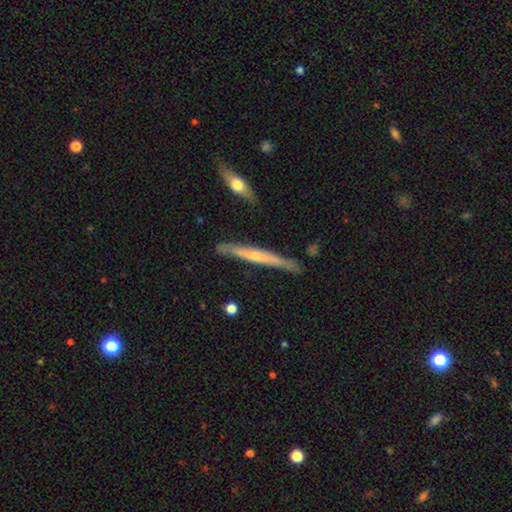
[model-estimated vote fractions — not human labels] A featured or disk galaxy (64%) viewed edge-on (95%) with a rounded central bulge (64%).

Vote fractions:
- Smooth or featured? featured or disk: 64% / smooth: 30% / star or artifact: 6%
- Edge-on disk? yes: 95% / no: 5%
- Edge-on bulge? rounded: 64% / none: 31% / boxy: 5%
- Merging? none: 82% / minor disturbance: 14% / merger: 2% / major disturbance: 2%